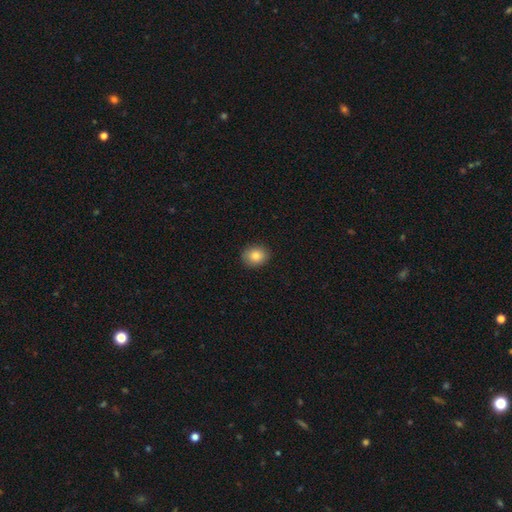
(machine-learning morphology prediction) A smooth galaxy with no disk features (83%) that is round (64%). Merging: none (89%).